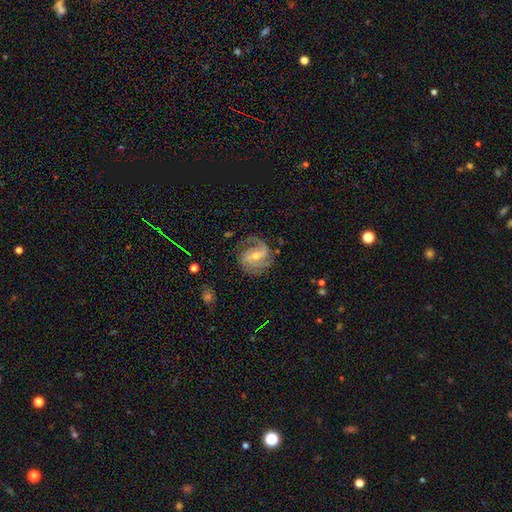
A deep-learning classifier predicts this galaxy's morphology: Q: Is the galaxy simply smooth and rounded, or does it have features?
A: featured or disk — 86%.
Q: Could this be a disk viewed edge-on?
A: no — 97%.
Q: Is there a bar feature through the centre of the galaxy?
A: weak — 50%.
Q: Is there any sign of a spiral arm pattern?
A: yes — 96%.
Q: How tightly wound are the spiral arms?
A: medium — 49%.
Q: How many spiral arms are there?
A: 2 — 63%.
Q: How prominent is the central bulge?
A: moderate — 57%.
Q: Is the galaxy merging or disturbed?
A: none — 70%.